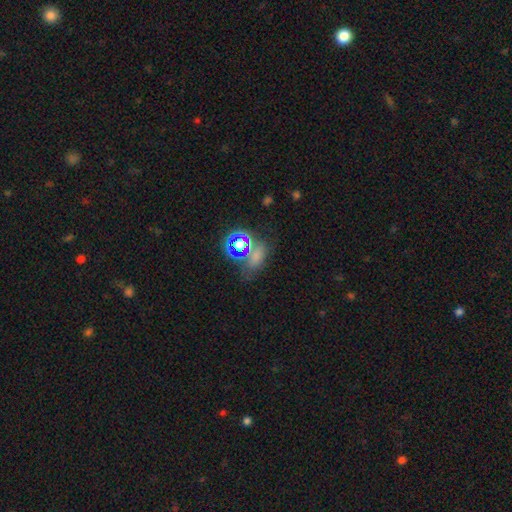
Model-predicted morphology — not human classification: smooth_or_featured: smooth (p=0.50) [alt: star or artifact p=0.38]
how_rounded: in between (p=0.63) [alt: round p=0.33]
merging: none (p=0.54) [alt: minor disturbance p=0.18]